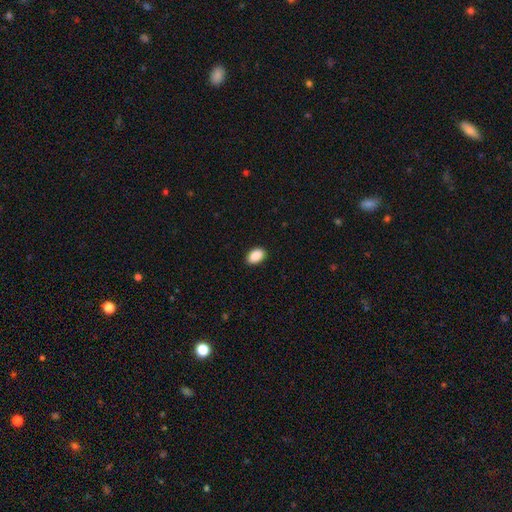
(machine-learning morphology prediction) Overall: smooth (90%). How rounded: in between (90%). Merging: none (89%).